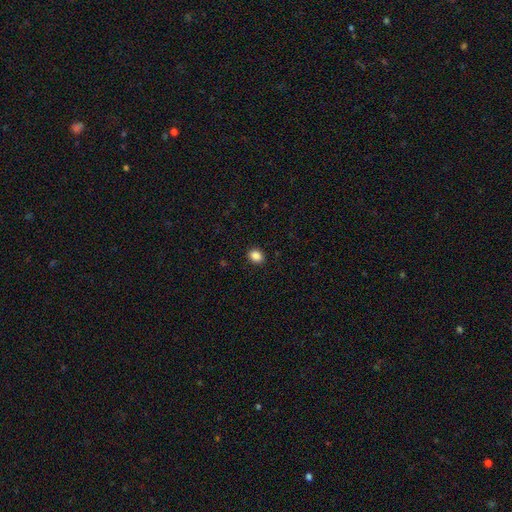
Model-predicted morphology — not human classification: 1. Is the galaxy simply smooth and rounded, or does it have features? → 88% smooth, 9% star or artifact, 3% featured or disk.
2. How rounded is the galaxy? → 59% in between, 40% round, 1% cigar-shaped.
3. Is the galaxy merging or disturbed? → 90% none, 7% minor disturbance, 2% major disturbance, 1% merger.